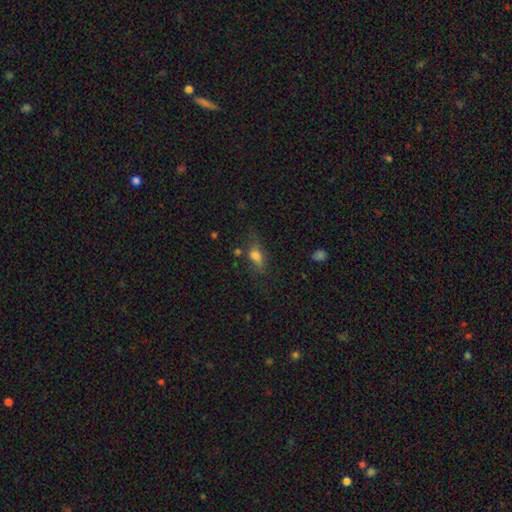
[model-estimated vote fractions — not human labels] The model was most divided on "merging": none: 50%, minor disturbance: 26%, major disturbance: 18%, merger: 6%. More confident: how rounded — in between (70%); smooth or featured — smooth (65%).